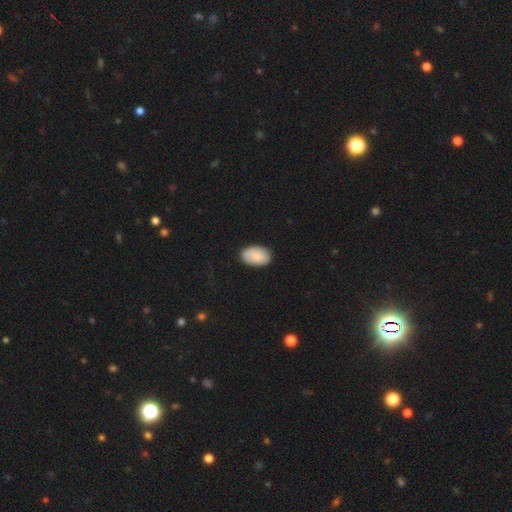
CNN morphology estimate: Overall: smooth (87%). How rounded: in between (93%). Merging: none (85%).